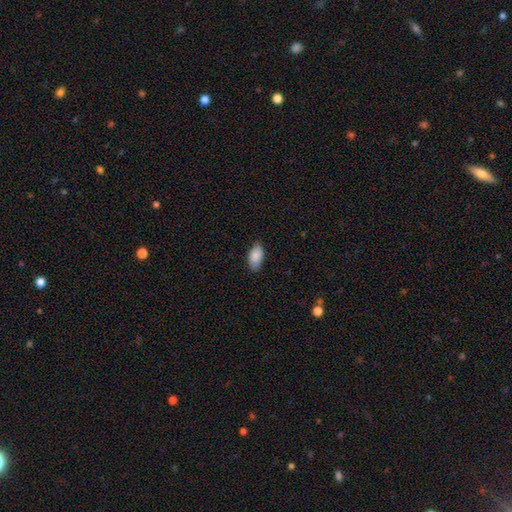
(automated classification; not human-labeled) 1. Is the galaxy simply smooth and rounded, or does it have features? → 88% smooth, 6% featured or disk, 6% star or artifact.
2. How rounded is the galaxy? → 95% in between, 3% round, 3% cigar-shaped.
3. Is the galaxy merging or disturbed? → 80% none, 17% minor disturbance, 3% major disturbance, 1% merger.